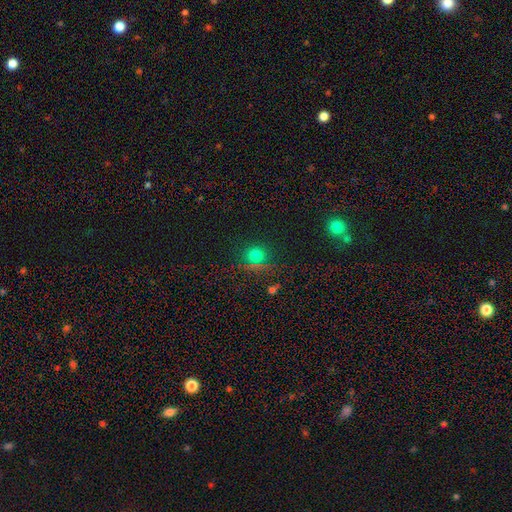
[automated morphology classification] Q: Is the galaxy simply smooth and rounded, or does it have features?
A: smooth — 64%.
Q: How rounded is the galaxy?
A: round — 86%.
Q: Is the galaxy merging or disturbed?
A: none — 77%.